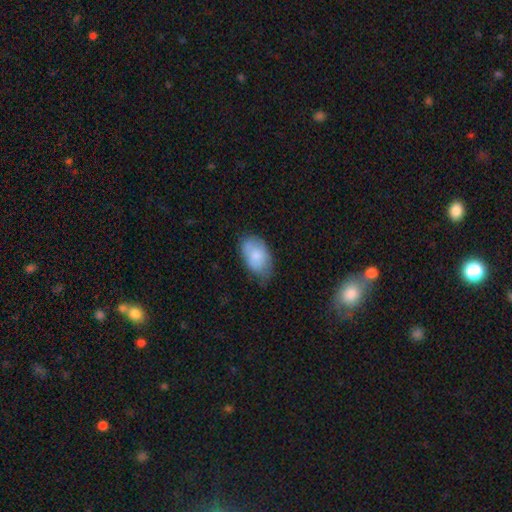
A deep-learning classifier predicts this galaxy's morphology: Q: Smooth or featured?
A: smooth (78%); runner-up: featured or disk (16%)
Q: How rounded?
A: in between (93%); runner-up: round (6%)
Q: Merging?
A: none (52%); runner-up: minor disturbance (37%)